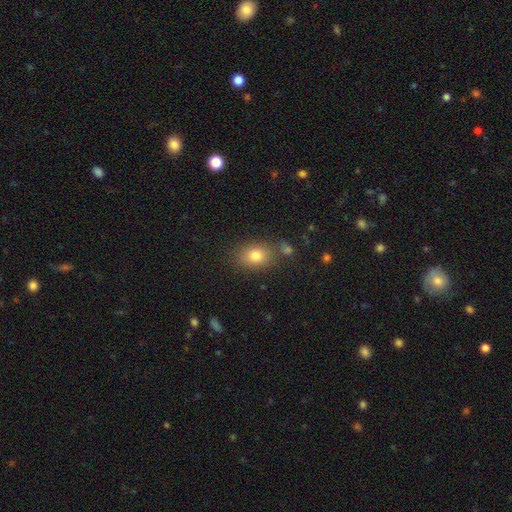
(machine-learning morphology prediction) Smooth or featured: smooth — 79% (star or artifact — 11%)
How rounded: in between — 65% (round — 34%)
Merging: none — 76% (minor disturbance — 13%)